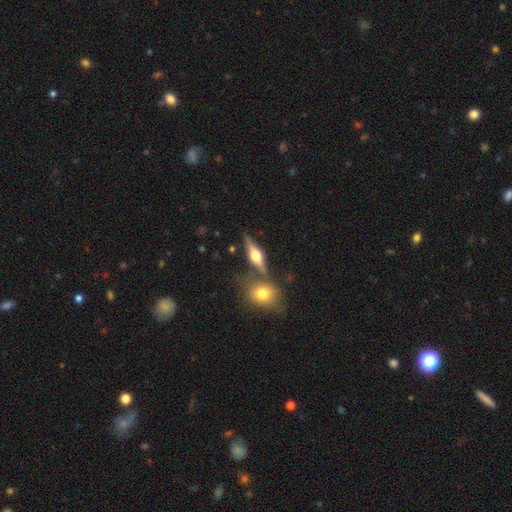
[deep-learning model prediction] smooth_or_featured: featured or disk (p=0.66) [alt: smooth p=0.26]
disk_edge_on: yes (p=0.94) [alt: no p=0.06]
edge_on_bulge: rounded (p=0.94) [alt: boxy p=0.04]
merging: none (p=0.71) [alt: merger p=0.14]